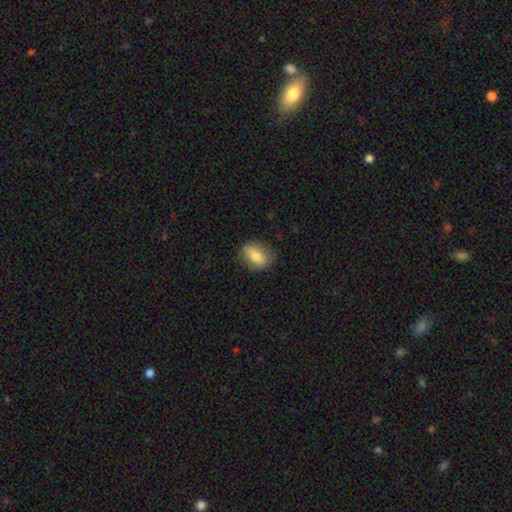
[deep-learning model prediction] Smooth or featured?
  - smooth: 77% *
  - featured or disk: 16%
  - star or artifact: 7%
How rounded?
  - in between: 72% *
  - round: 25%
  - cigar-shaped: 3%
Merging?
  - none: 80% *
  - minor disturbance: 16%
  - major disturbance: 4%
  - merger: 1%